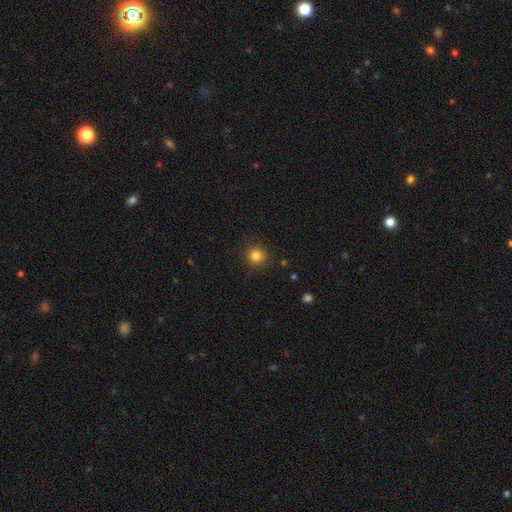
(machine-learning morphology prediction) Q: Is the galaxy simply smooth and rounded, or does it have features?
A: smooth — 83%.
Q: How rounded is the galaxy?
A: round — 89%.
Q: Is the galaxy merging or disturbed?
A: none — 86%.